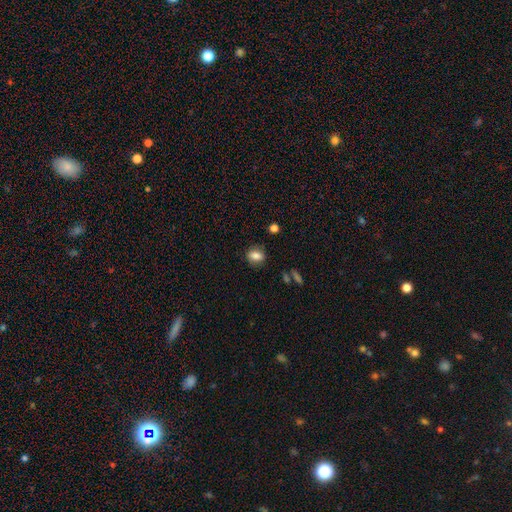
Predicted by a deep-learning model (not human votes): This is clearly a smooth galaxy (81%). How rounded: likely in between (65%). Merging: clearly none (83%).